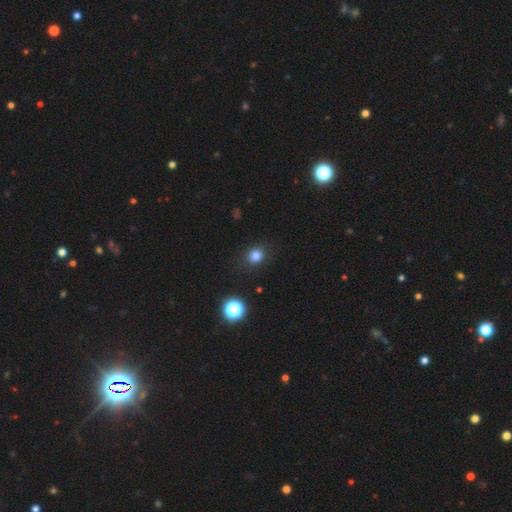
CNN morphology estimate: Smooth or featured? smooth (82%)
How rounded? round (69%)
Merging? none (85%)